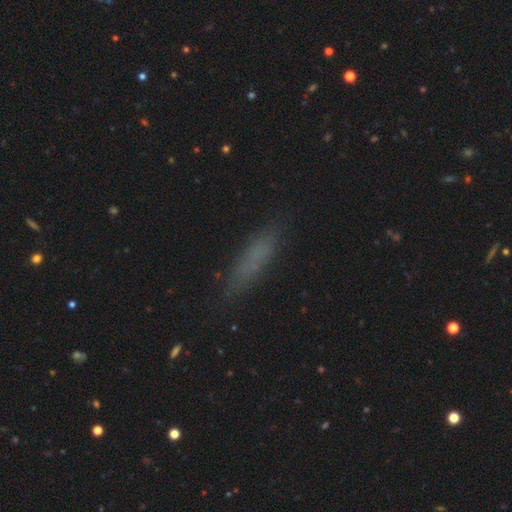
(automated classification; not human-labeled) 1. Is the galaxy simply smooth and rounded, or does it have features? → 68% smooth, 17% featured or disk, 15% star or artifact.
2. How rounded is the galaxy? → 76% cigar-shaped, 22% in between, 2% round.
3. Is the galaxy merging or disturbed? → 82% none, 13% minor disturbance, 4% major disturbance, 1% merger.